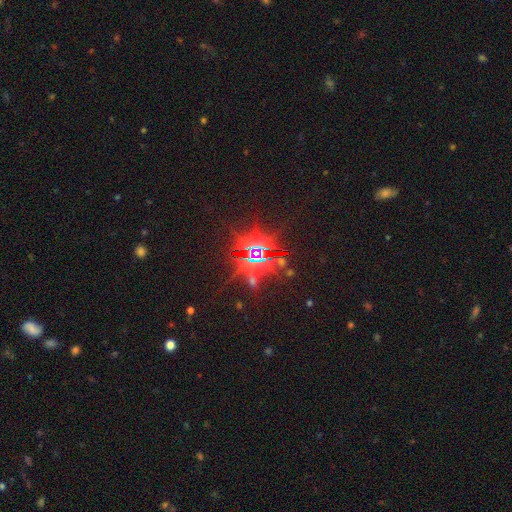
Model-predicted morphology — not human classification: type=star or artifact (83%).